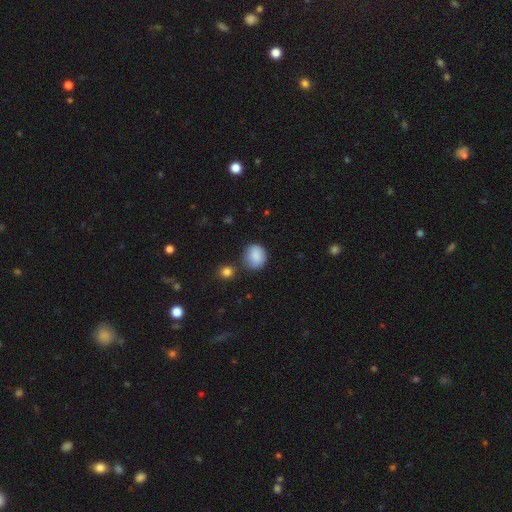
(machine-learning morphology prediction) A smooth galaxy with no disk features (86%) that is round (71%). Merging: none (68%).